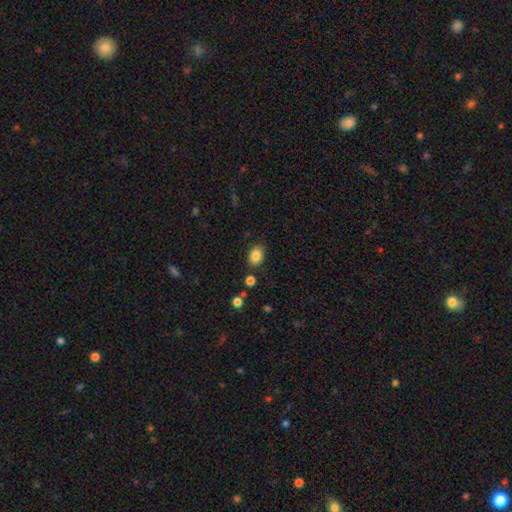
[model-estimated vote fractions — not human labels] Smooth or featured: smooth — 85% (star or artifact — 9%)
How rounded: in between — 77% (round — 22%)
Merging: none — 83% (minor disturbance — 11%)